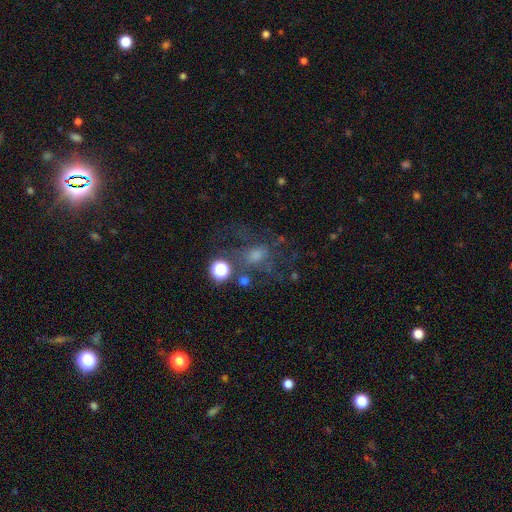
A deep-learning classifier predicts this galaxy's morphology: Smooth or featured?
  - featured or disk: 38% *
  - smooth: 37%
  - star or artifact: 25%
Merging?
  - none: 45% *
  - major disturbance: 29%
  - minor disturbance: 17%
  - merger: 9%